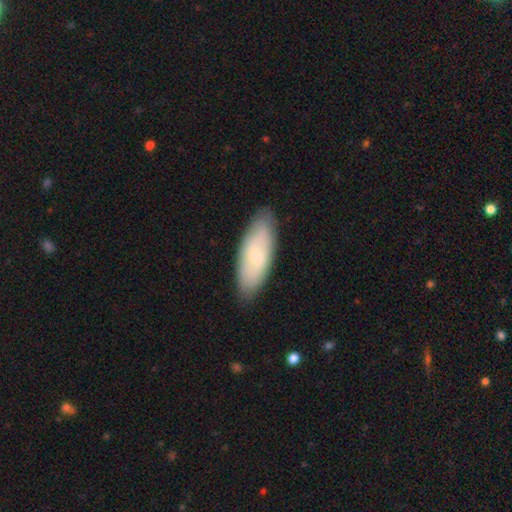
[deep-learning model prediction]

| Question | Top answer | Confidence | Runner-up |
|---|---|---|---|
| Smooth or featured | smooth | 63% | featured or disk (31%) |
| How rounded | in between | 72% | cigar-shaped (26%) |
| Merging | none | 84% | minor disturbance (12%) |